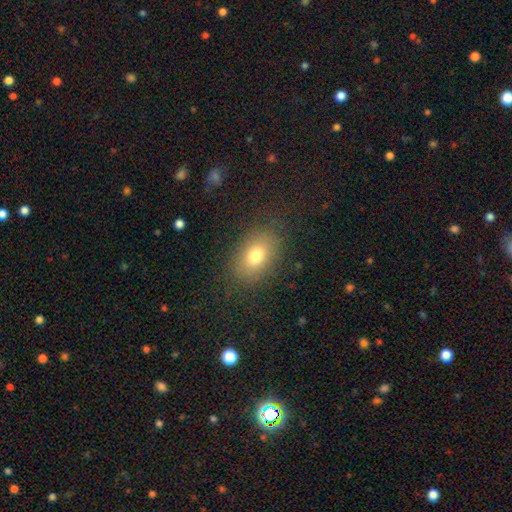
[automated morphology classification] Overall: smooth (76%). How rounded: in between (83%). Merging: none (83%).